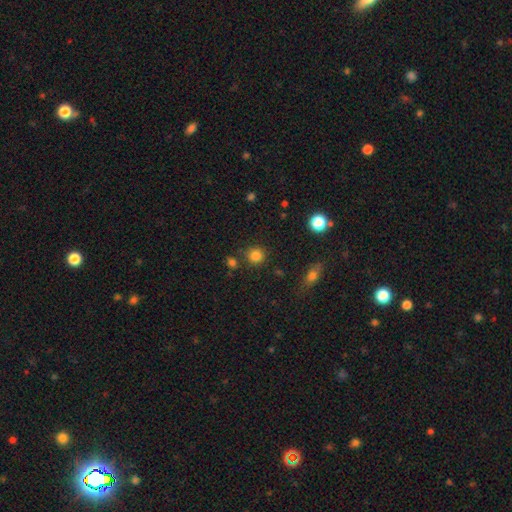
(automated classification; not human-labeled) This is clearly a smooth galaxy (82%). How rounded: clearly round (90%). Merging: clearly none (80%).